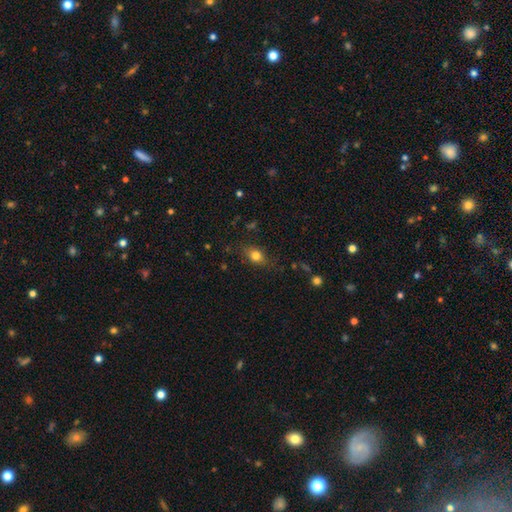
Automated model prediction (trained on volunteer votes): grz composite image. It shows a smooth galaxy with no disk features (78%) that is in between round and cigar-shaped (62%). Merging: none (76%).